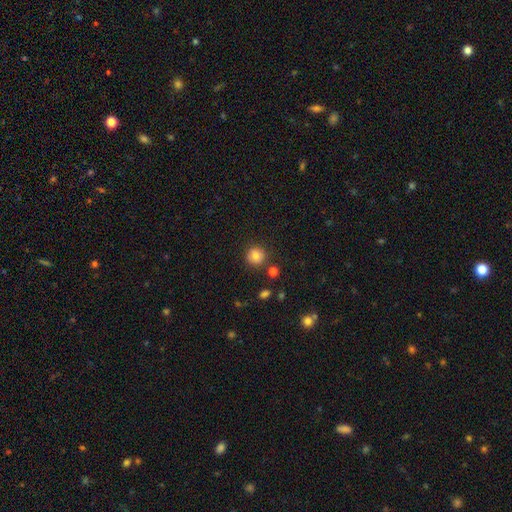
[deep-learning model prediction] Smooth or featured? Predicted: smooth (p=0.80). How rounded? Predicted: round (p=0.91). Merging? Predicted: none (p=0.82).